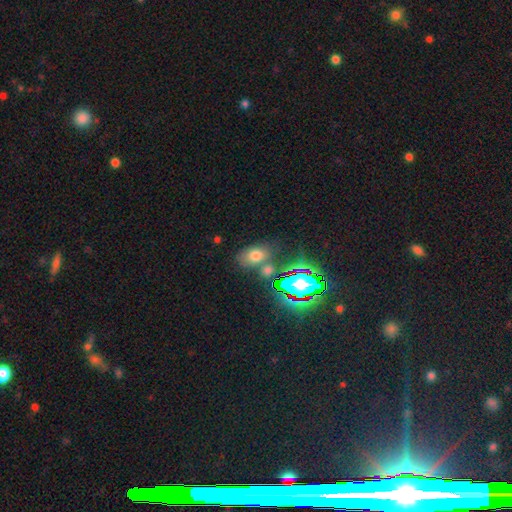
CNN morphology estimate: This appears to be a smooth galaxy with no disk features (63%) that is in between round and cigar-shaped (81%). Merging: none (63%).